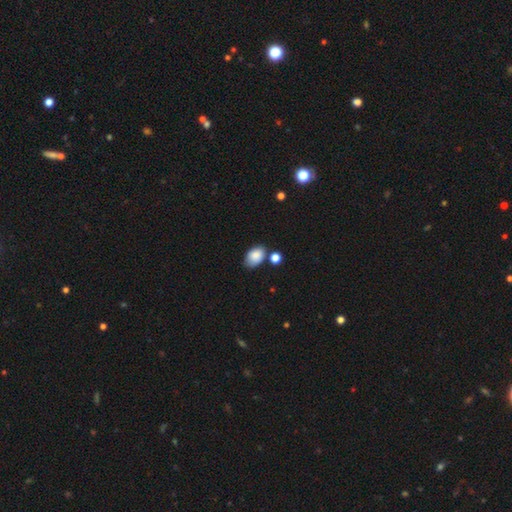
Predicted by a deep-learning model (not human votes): Morphology: type=smooth (86%); roundness=in between (88%); merging=none (64%).